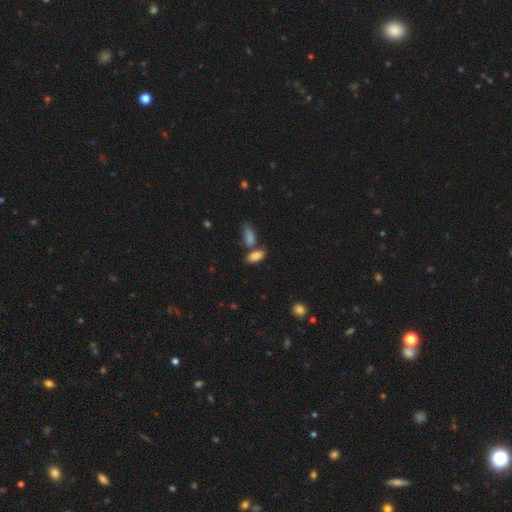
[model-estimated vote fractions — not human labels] Smooth or featured?
  - smooth: 84% *
  - featured or disk: 8%
  - star or artifact: 8%
How rounded?
  - in between: 88% *
  - cigar-shaped: 8%
  - round: 4%
Merging?
  - none: 56% *
  - merger: 27%
  - minor disturbance: 13%
  - major disturbance: 4%